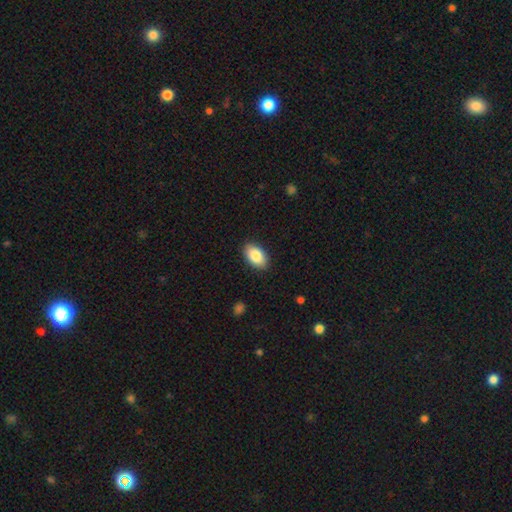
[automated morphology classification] smooth 86%, featured or disk 7%, star or artifact 6%. Down the decision tree: how rounded — in between (93%); merging — none (88%).